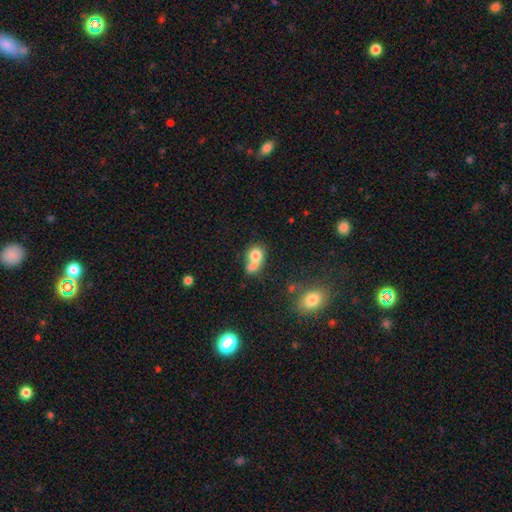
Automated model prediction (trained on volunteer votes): This appears to be a smooth galaxy with no disk features (75%) that is round (58%). Merging: merger (62%).